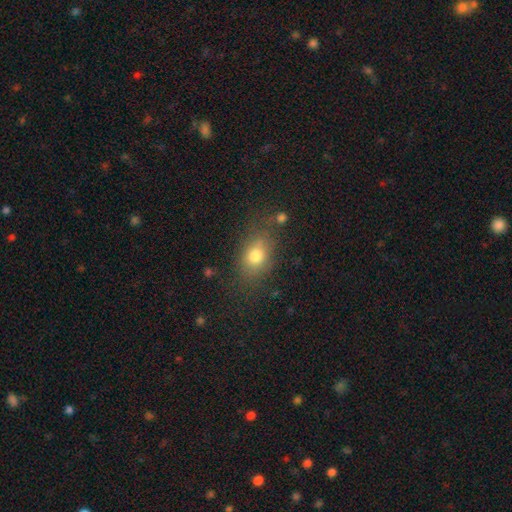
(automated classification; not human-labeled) Smooth or featured? Predicted: smooth (p=0.76). How rounded? Predicted: in between (p=0.71). Merging? Predicted: none (p=0.70).